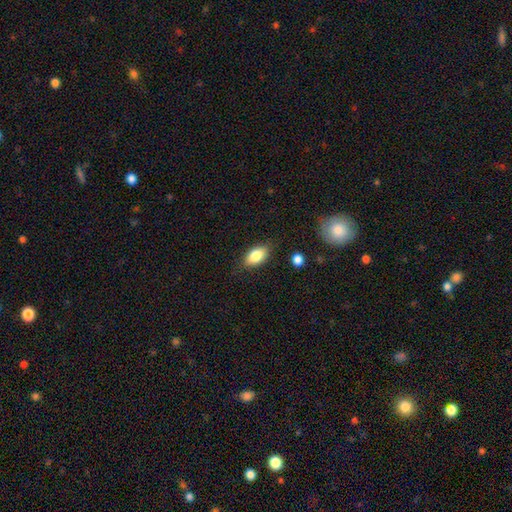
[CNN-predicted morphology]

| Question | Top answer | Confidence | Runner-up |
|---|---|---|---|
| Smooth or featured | smooth | 82% | featured or disk (10%) |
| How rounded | in between | 90% | cigar-shaped (5%) |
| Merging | none | 82% | minor disturbance (13%) |